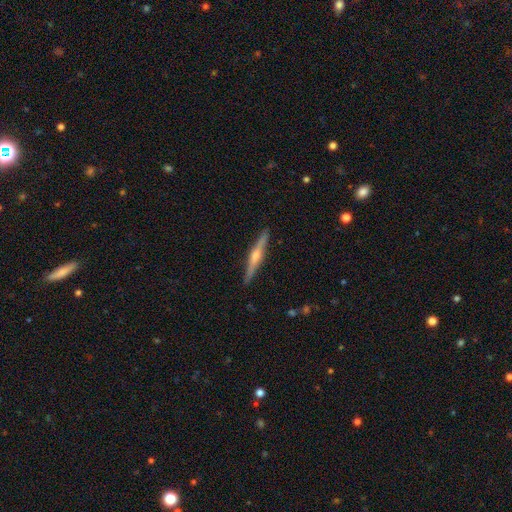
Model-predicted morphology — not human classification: featured or disk 74%, smooth 21%, star or artifact 6%. Down the decision tree: edge-on disk — yes (98%); edge-on bulge — rounded (86%); merging — none (91%).